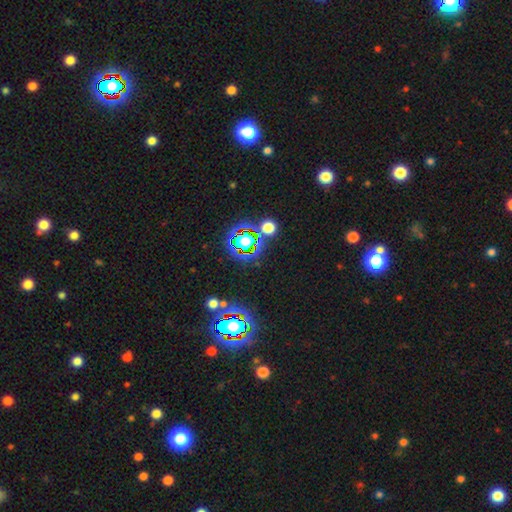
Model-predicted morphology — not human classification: Smooth or featured? star or artifact (77%)